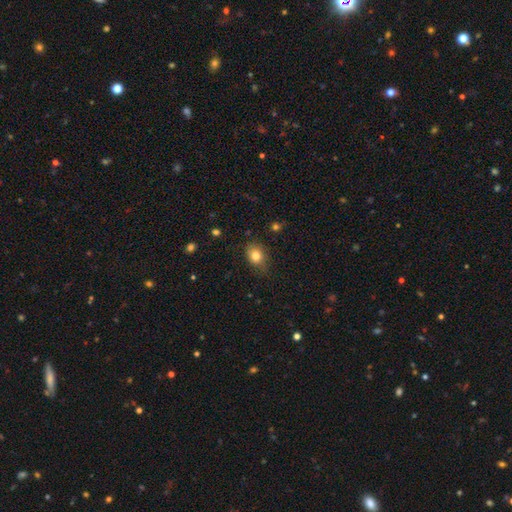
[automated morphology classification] Smooth or featured: smooth — 81% (star or artifact — 10%)
How rounded: in between — 60% (round — 38%)
Merging: none — 75% (minor disturbance — 20%)